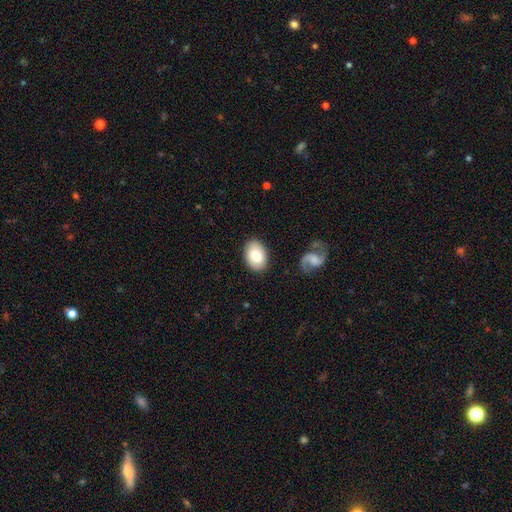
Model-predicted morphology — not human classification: Q: Smooth or featured?
A: smooth (77%); runner-up: featured or disk (17%)
Q: How rounded?
A: in between (82%); runner-up: round (17%)
Q: Merging?
A: none (85%); runner-up: minor disturbance (11%)